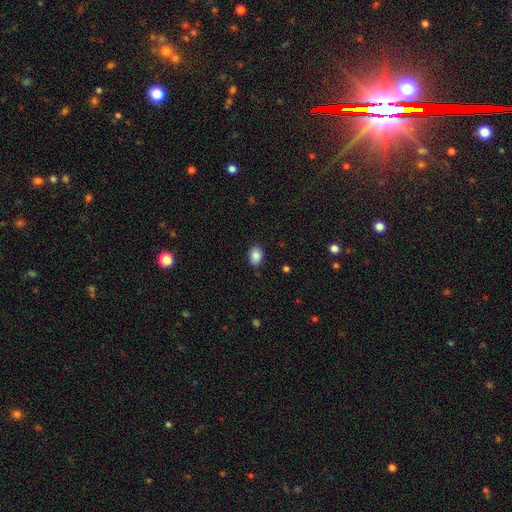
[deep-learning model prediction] Smooth or featured? smooth (87%)
How rounded? in between (75%)
Merging? none (86%)